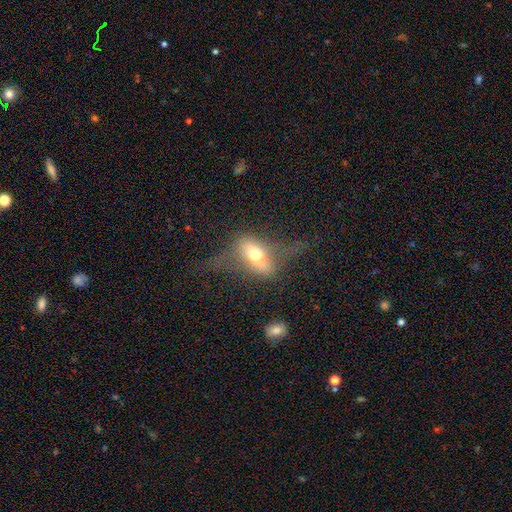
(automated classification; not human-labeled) featured or disk 50%, smooth 41%, star or artifact 10%. Down the decision tree: merging — none (48%).